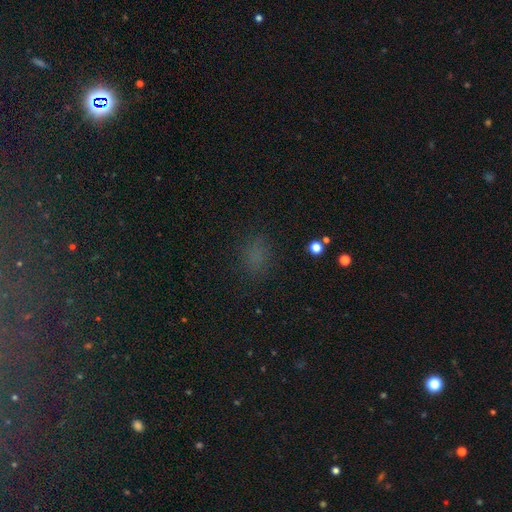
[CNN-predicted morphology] Smooth or featured? smooth (70%)
How rounded? in between (55%)
Merging? none (80%)